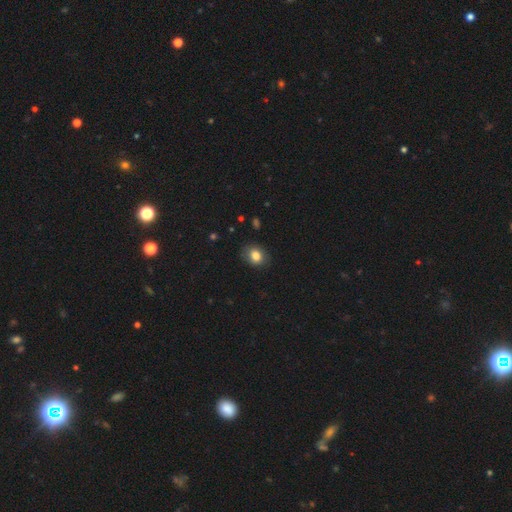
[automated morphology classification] smooth 82%, star or artifact 10%, featured or disk 8%. Down the decision tree: how rounded — in between (51%); merging — none (83%).